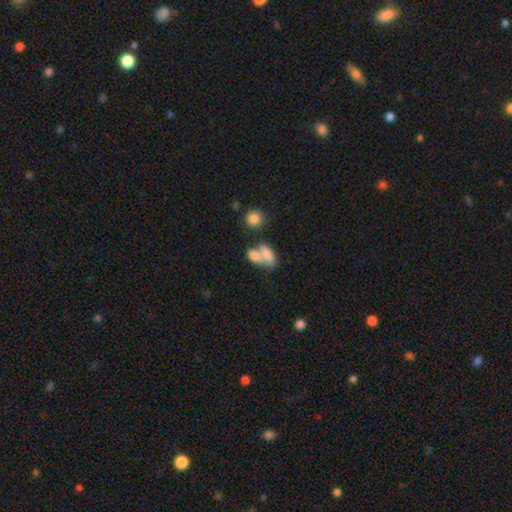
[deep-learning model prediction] Smooth or featured? Predicted: smooth (p=0.77). How rounded? Predicted: in between (p=0.83). Merging? Predicted: merger (p=0.62).